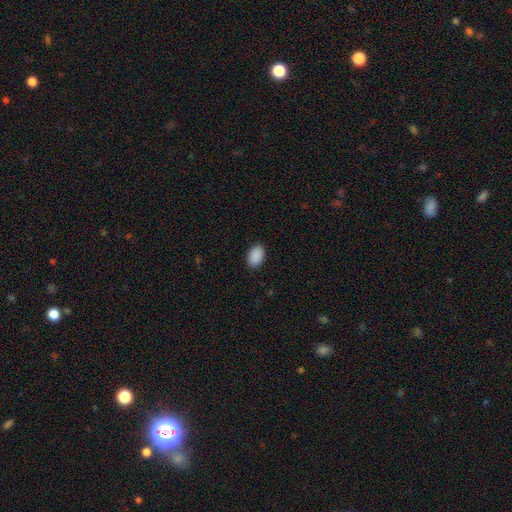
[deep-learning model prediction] Overall: smooth (91%). How rounded: in between (90%). Merging: none (90%).